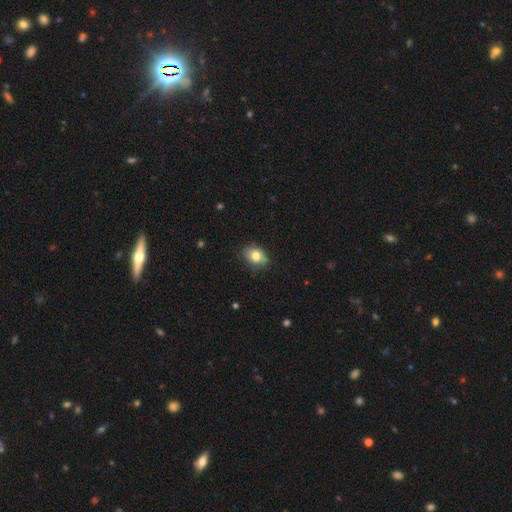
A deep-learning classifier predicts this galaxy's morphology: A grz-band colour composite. It shows a smooth galaxy with no disk features (80%) that is in between round and cigar-shaped (71%). Merging: none (80%).